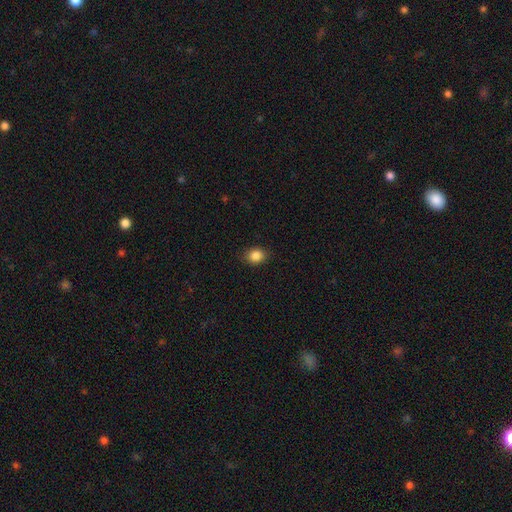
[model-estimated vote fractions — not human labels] A smooth galaxy with no disk features (87%) that is round (56%).

Vote fractions:
- Smooth or featured? smooth: 87% / star or artifact: 10% / featured or disk: 4%
- How rounded? round: 56% / in between: 43% / cigar-shaped: 1%
- Merging? none: 86% / minor disturbance: 10% / major disturbance: 3% / merger: 1%